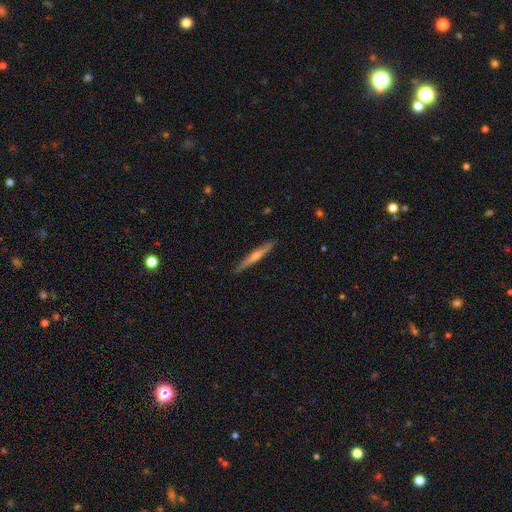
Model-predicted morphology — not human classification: A featured or disk galaxy (62%) viewed edge-on (97%) with a rounded central bulge (75%). Merging: none (90%).